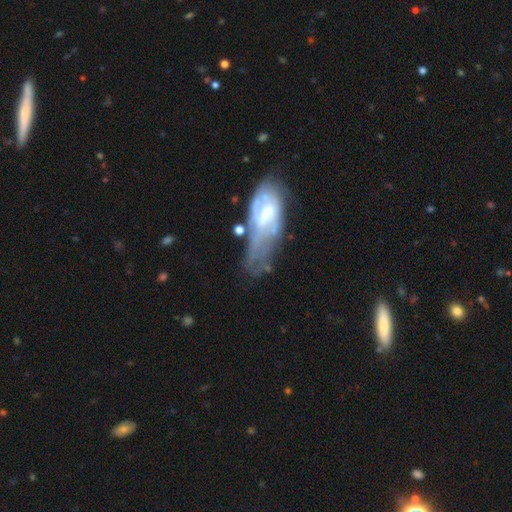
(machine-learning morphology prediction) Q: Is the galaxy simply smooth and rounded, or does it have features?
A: featured or disk — 62%.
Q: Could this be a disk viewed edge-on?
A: no — 86%.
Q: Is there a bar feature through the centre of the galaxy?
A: no — 53%.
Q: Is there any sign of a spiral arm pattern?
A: no — 57%.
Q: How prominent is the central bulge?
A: moderate — 50%.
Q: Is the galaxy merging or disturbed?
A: major disturbance — 35%.